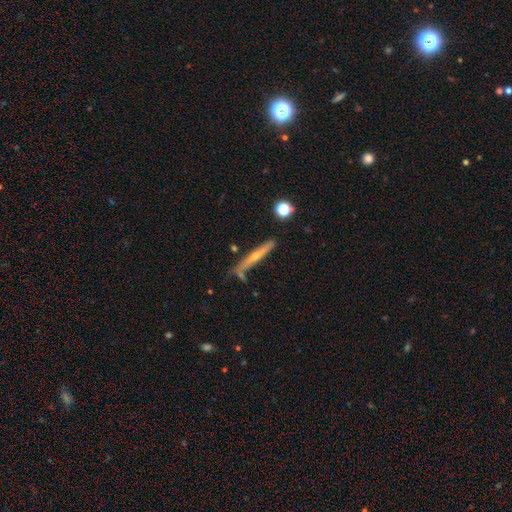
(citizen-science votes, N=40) Volunteers were most divided on "edge-on bulge": rounded: 70%, none: 30%, boxy: 0%. More confident: edge-on disk — yes (100%); merging — none (78%); smooth or featured — featured or disk (68%).